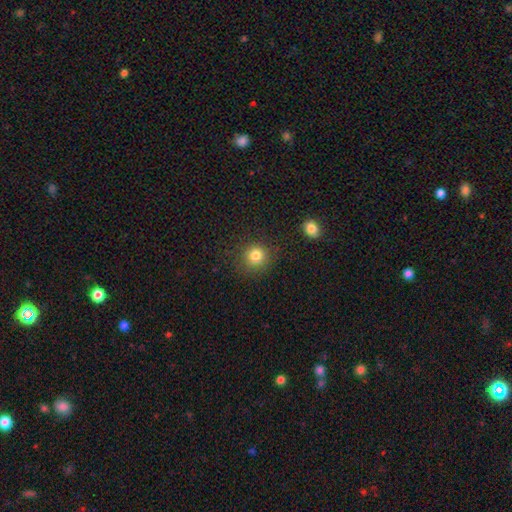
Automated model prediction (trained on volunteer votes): Q: Smooth or featured?
A: smooth (82%); runner-up: star or artifact (12%)
Q: How rounded?
A: round (89%); runner-up: in between (10%)
Q: Merging?
A: none (84%); runner-up: minor disturbance (10%)